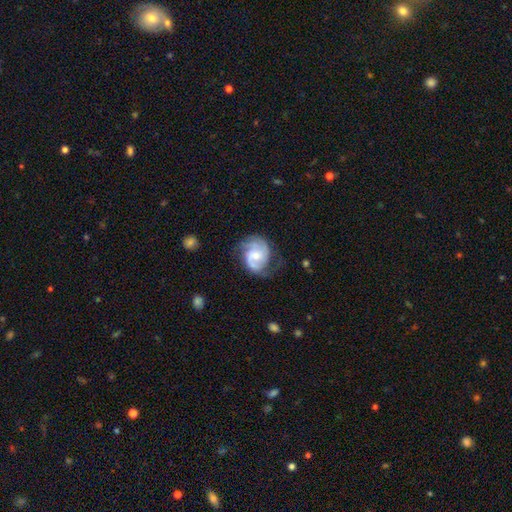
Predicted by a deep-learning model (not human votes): featured or disk 82%, smooth 13%, star or artifact 6%. Down the decision tree: edge-on disk — no (98%); bar — no (59%); spiral arms — yes (95%); spiral arm count — 2 (62%); spiral winding — medium (47%); bulge size — small (50%); merging — none (61%).